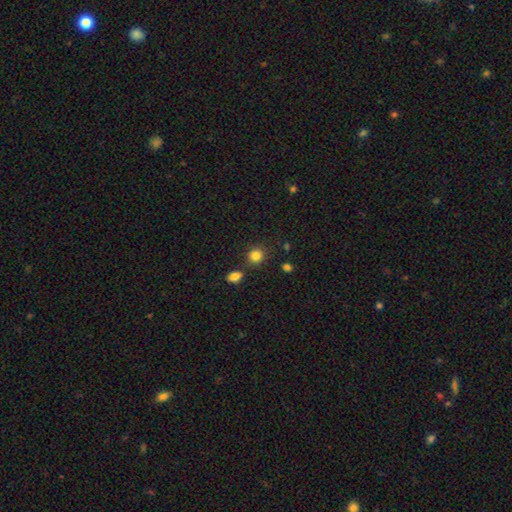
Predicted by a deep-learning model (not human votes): Smooth or featured? smooth (84%)
How rounded? round (82%)
Merging? none (79%)